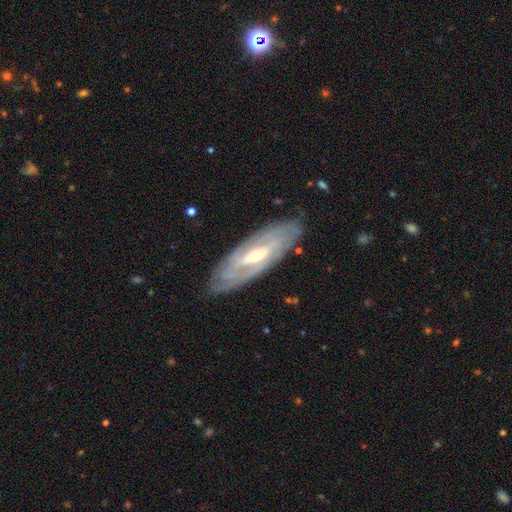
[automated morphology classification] Q: Smooth or featured?
A: featured or disk (81%); runner-up: smooth (13%)
Q: Edge-on disk?
A: no (78%); runner-up: yes (22%)
Q: Bar?
A: weak (40%); runner-up: strong (36%)
Q: Spiral arms?
A: yes (82%); runner-up: no (18%)
Q: Spiral winding?
A: tight (69%); runner-up: medium (23%)
Q: Spiral arm count?
A: can't tell (53%); runner-up: 2 (26%)
Q: Bulge size?
A: small (49%); runner-up: moderate (47%)
Q: Merging?
A: none (83%); runner-up: minor disturbance (13%)